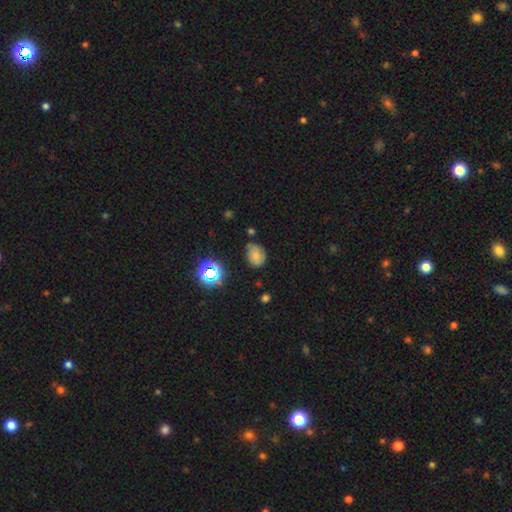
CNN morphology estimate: Smooth or featured: smooth — 61% (featured or disk — 22%)
How rounded: in between — 54% (round — 45%)
Merging: none — 60% (minor disturbance — 29%)